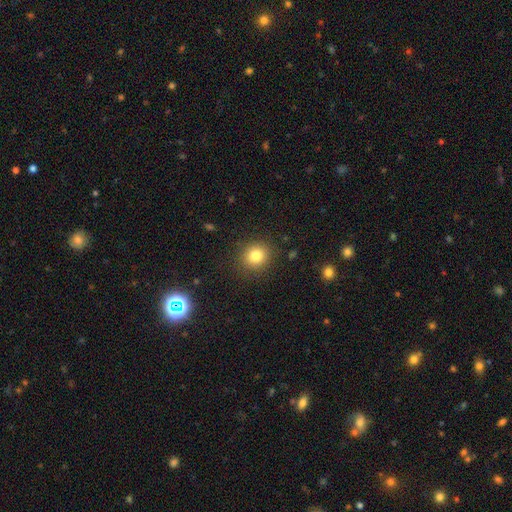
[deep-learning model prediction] The model was most divided on "how rounded": round: 81%, in between: 18%, cigar-shaped: 1%. More confident: merging — none (88%); smooth or featured — smooth (82%).